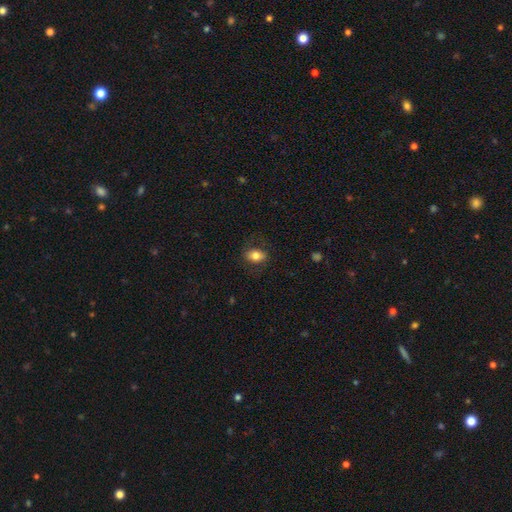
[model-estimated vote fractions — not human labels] Smooth or featured: smooth — 76% (featured or disk — 14%)
How rounded: in between — 74% (round — 24%)
Merging: none — 79% (minor disturbance — 14%)